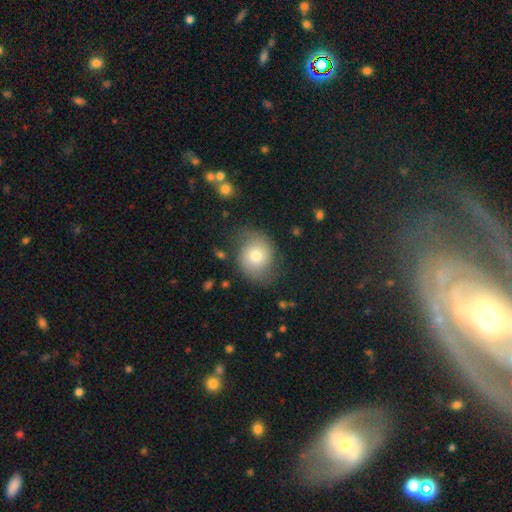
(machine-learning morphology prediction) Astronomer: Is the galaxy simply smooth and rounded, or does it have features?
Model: smooth — 61%.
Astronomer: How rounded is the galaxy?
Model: round — 67%.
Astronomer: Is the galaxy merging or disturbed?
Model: none — 64%.